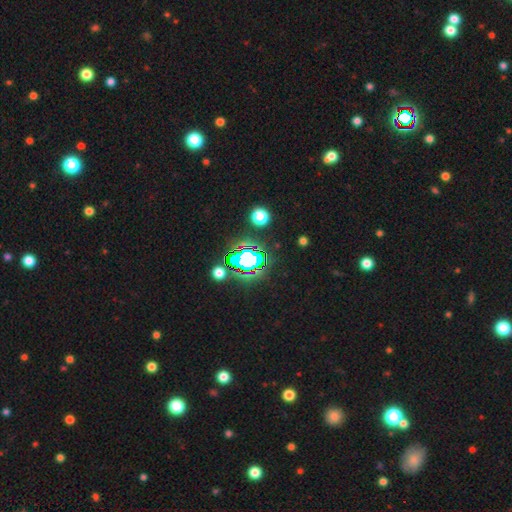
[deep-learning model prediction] This appears to be a star or artifact, not a galaxy (81%).